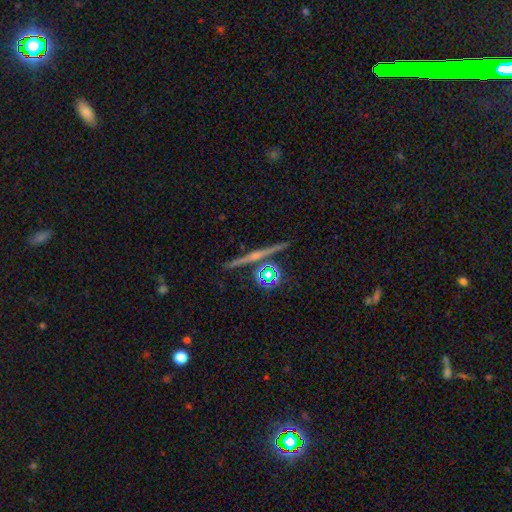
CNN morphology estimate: Q: Smooth or featured?
A: featured or disk (69%); runner-up: smooth (16%)
Q: Edge-on disk?
A: yes (97%); runner-up: no (3%)
Q: Edge-on bulge?
A: rounded (60%); runner-up: none (32%)
Q: Merging?
A: none (89%); runner-up: minor disturbance (6%)